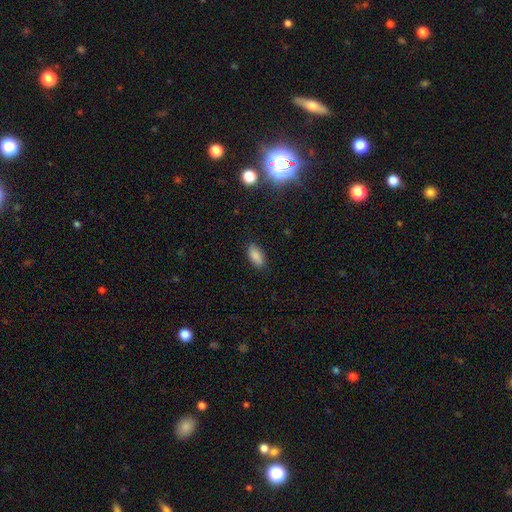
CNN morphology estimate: The model was most divided on "merging": none: 86%, minor disturbance: 10%, major disturbance: 3%, merger: 1%. More confident: how rounded — in between (92%); smooth or featured — smooth (86%).